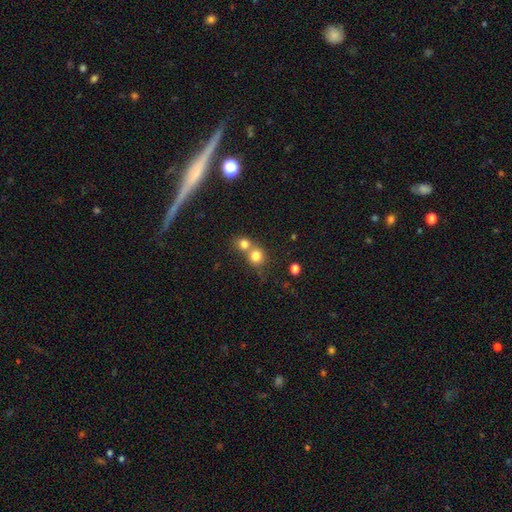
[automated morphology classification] type=smooth (79%); roundness=round (84%); merging=merger (53%).